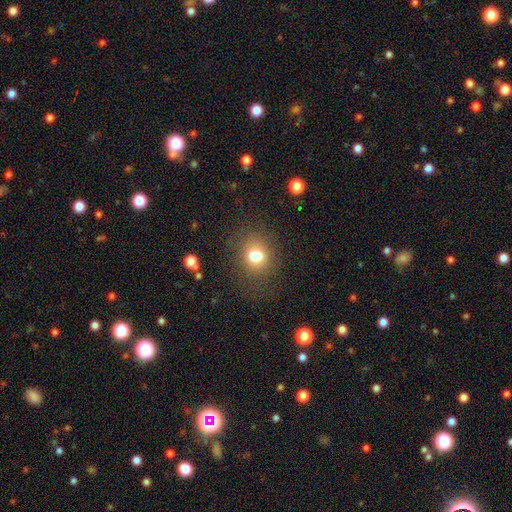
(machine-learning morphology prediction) Smooth or featured?
  - smooth: 78% *
  - star or artifact: 13%
  - featured or disk: 10%
How rounded?
  - round: 65% *
  - in between: 34%
  - cigar-shaped: 1%
Merging?
  - none: 77% *
  - minor disturbance: 13%
  - major disturbance: 8%
  - merger: 2%